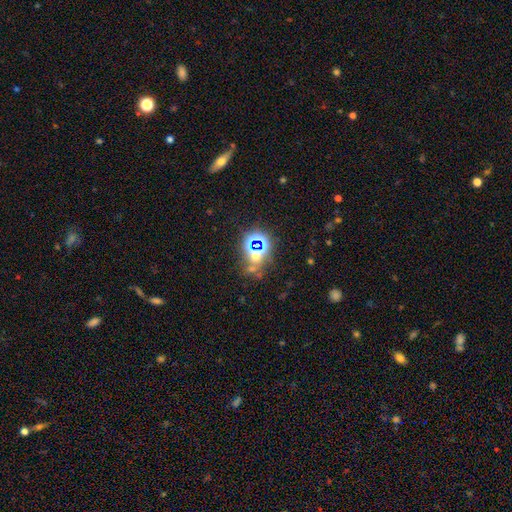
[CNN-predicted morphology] type=star or artifact (64%).